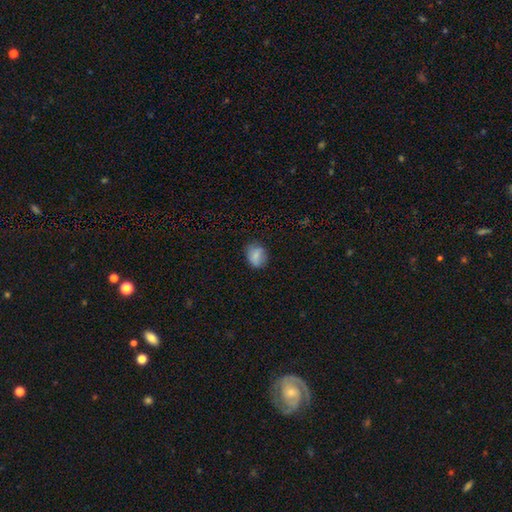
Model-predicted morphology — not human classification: smooth_or_featured: smooth (p=0.79) [alt: featured or disk p=0.11]
how_rounded: in between (p=0.53) [alt: round p=0.46]
merging: none (p=0.75) [alt: minor disturbance p=0.19]